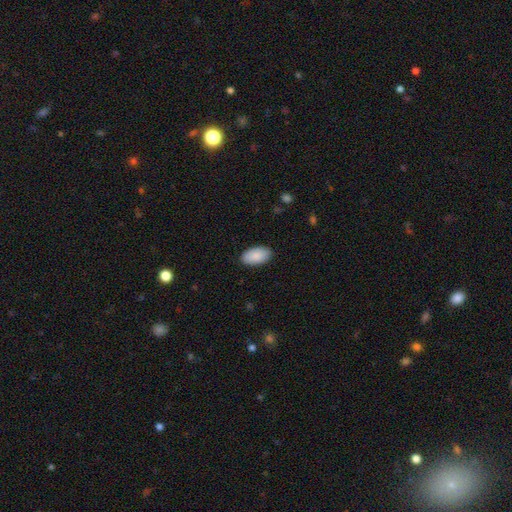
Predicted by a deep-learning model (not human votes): The model was most divided on "merging": none: 88%, minor disturbance: 9%, major disturbance: 2%, merger: 1%. More confident: how rounded — in between (96%); smooth or featured — smooth (89%).